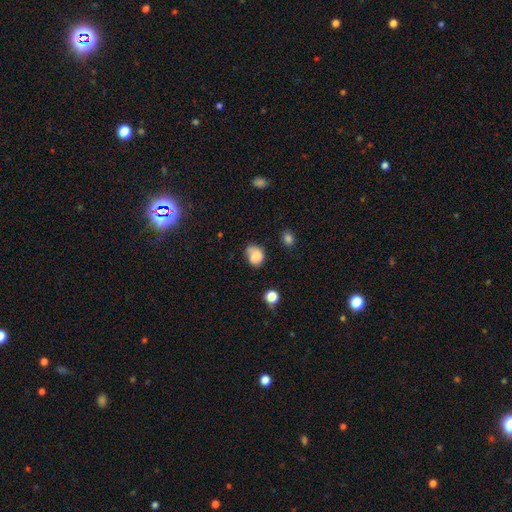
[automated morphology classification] smooth 80%, star or artifact 10%, featured or disk 10%. Down the decision tree: how rounded — in between (54%); merging — none (50%).